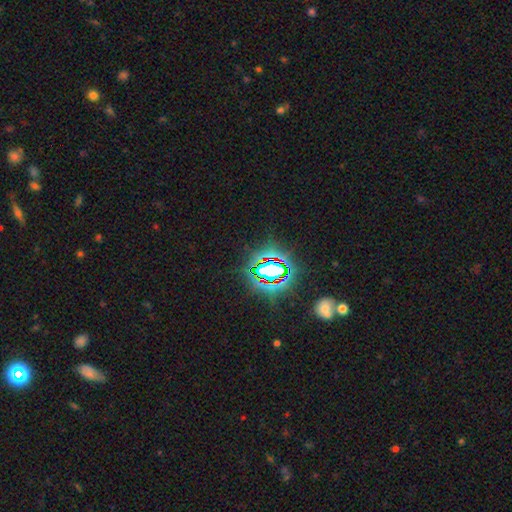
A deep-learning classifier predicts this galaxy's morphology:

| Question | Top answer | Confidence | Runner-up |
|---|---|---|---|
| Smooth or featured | star or artifact | 81% | smooth (11%) |